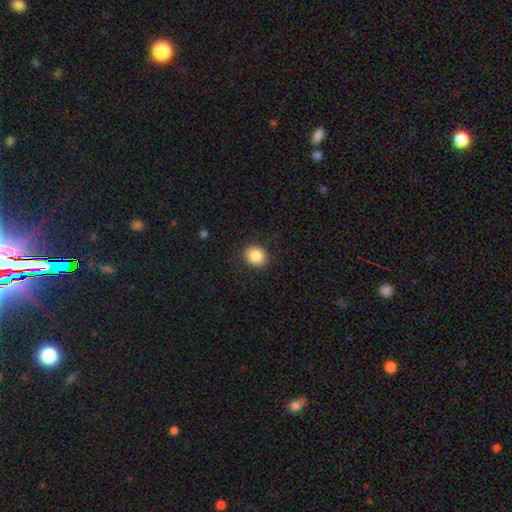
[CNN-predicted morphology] A smooth galaxy with no disk features (86%) that is round (70%).

Vote fractions:
- Smooth or featured? smooth: 86% / star or artifact: 9% / featured or disk: 5%
- How rounded? round: 70% / in between: 29% / cigar-shaped: 1%
- Merging? none: 89% / minor disturbance: 7% / major disturbance: 2% / merger: 1%